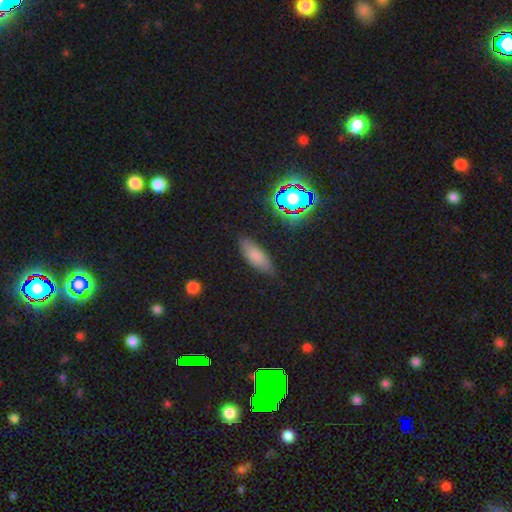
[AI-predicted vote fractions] Smooth or featured: smooth — 76% (featured or disk — 13%)
How rounded: in between — 72% (cigar-shaped — 26%)
Merging: none — 80% (minor disturbance — 15%)